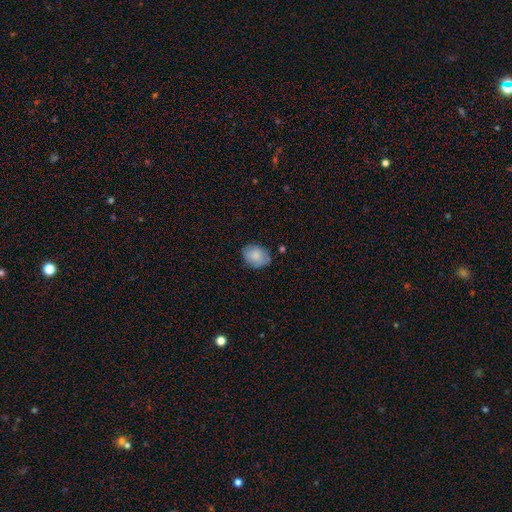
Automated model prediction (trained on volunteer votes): Q: Smooth or featured?
A: smooth (82%); runner-up: featured or disk (11%)
Q: How rounded?
A: in between (61%); runner-up: round (38%)
Q: Merging?
A: none (77%); runner-up: minor disturbance (18%)